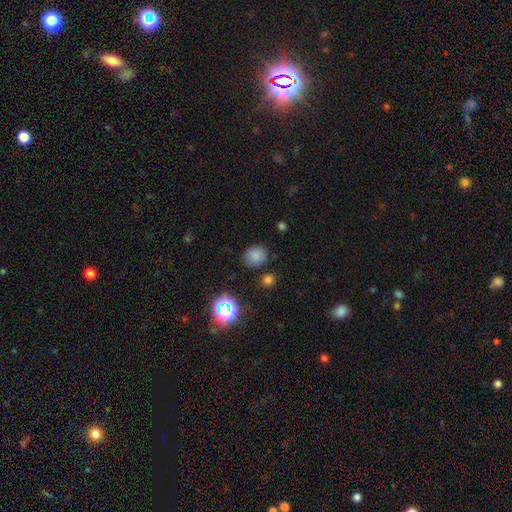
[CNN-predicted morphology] Smooth or featured: smooth — 78% (star or artifact — 17%)
How rounded: round — 76% (in between — 23%)
Merging: none — 81% (minor disturbance — 12%)